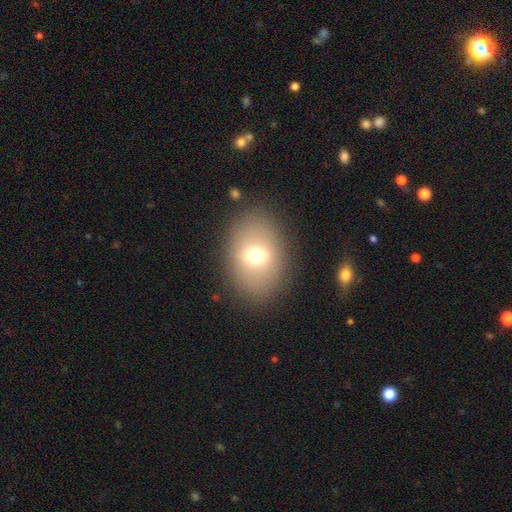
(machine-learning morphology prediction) This appears to be a smooth galaxy with no disk features (64%) that is in between round and cigar-shaped (70%). Merging: none (85%).